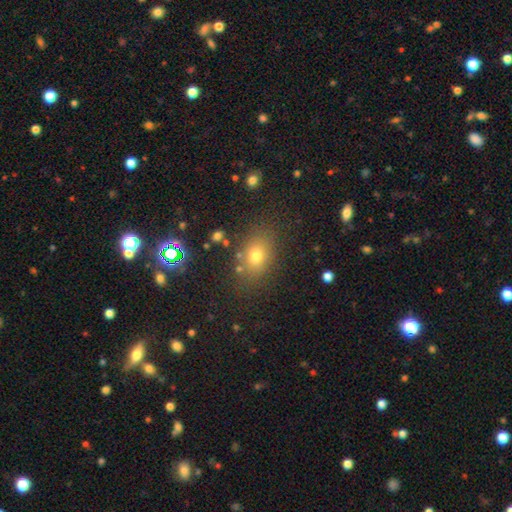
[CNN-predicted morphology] smooth_or_featured: smooth (p=0.71) [alt: star or artifact p=0.19]
how_rounded: in between (p=0.64) [alt: round p=0.34]
merging: none (p=0.79) [alt: minor disturbance p=0.12]